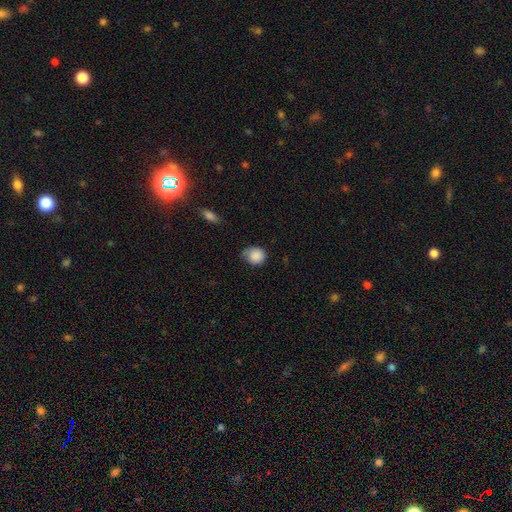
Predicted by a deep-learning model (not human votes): Smooth or featured: smooth — 86% (star or artifact — 7%)
How rounded: round — 79% (in between — 20%)
Merging: none — 51% (minor disturbance — 38%)